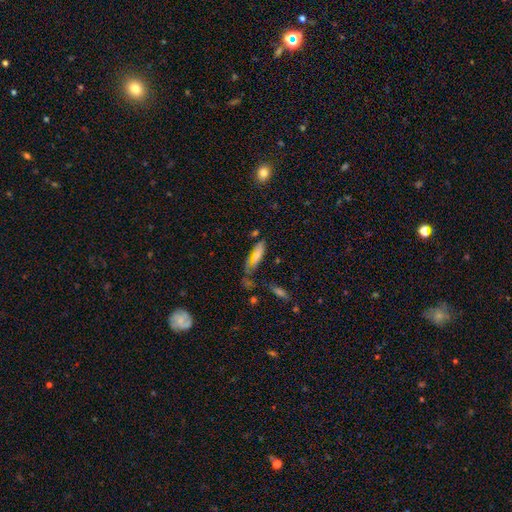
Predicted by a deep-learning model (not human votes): A smooth galaxy with no disk features (61%) that is in between round and cigar-shaped (57%). Merging: none (44%).